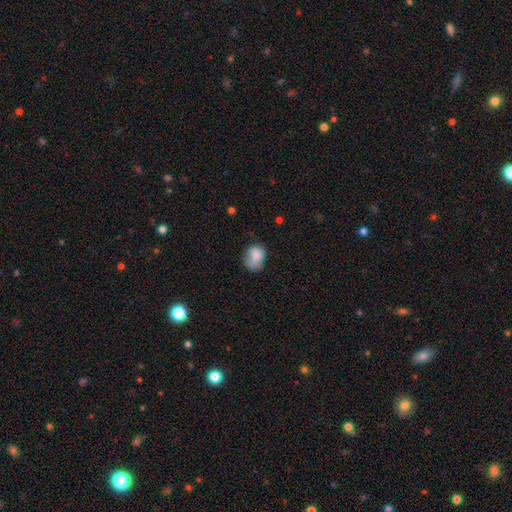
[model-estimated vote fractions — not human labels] The model was most divided on "merging": none: 50%, minor disturbance: 32%, major disturbance: 13%, merger: 5%. More confident: smooth or featured — smooth (80%); how rounded — in between (58%).